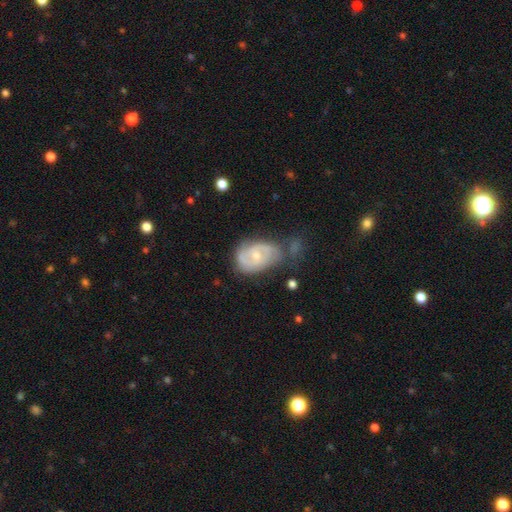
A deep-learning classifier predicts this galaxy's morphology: Smooth or featured: featured or disk — 71% (smooth — 23%)
Edge-on disk: no — 96% (yes — 4%)
Bar: no — 59% (weak — 35%)
Spiral arms: yes — 82% (no — 18%)
Spiral winding: tight — 48% (medium — 38%)
Spiral arm count: 2 — 59% (can't tell — 25%)
Bulge size: small — 53% (moderate — 44%)
Merging: none — 43% (minor disturbance — 30%)